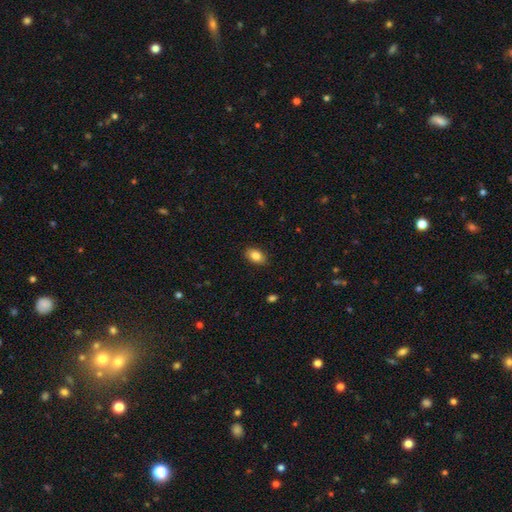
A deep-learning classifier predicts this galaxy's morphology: Smooth or featured: smooth — 85% (star or artifact — 8%)
How rounded: in between — 88% (round — 10%)
Merging: none — 88% (minor disturbance — 9%)